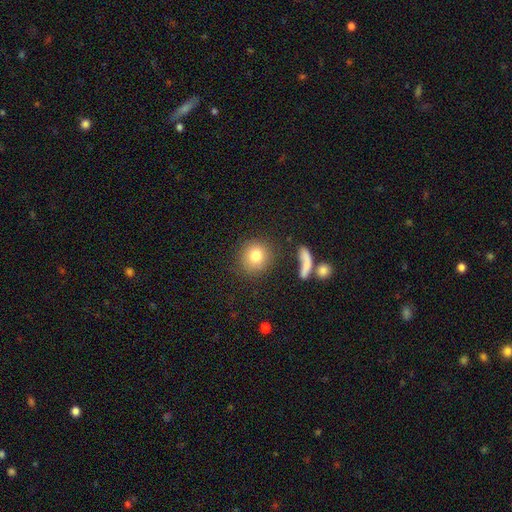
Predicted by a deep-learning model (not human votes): smooth_or_featured: smooth (p=0.81) [alt: star or artifact p=0.10]
how_rounded: round (p=0.88) [alt: in between p=0.10]
merging: none (p=0.79) [alt: minor disturbance p=0.10]